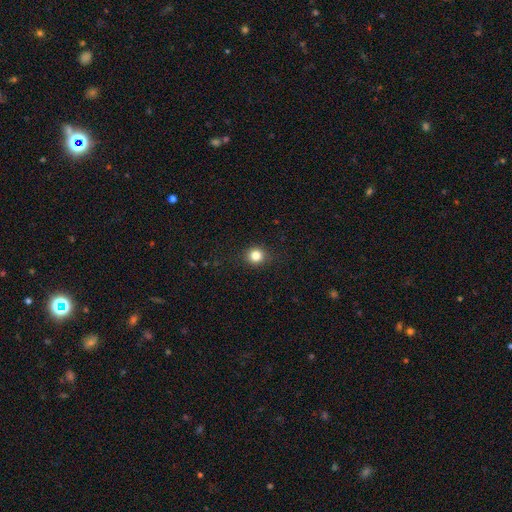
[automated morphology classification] This appears to be a smooth galaxy with no disk features (83%) that is round (89%). Merging: none (89%).